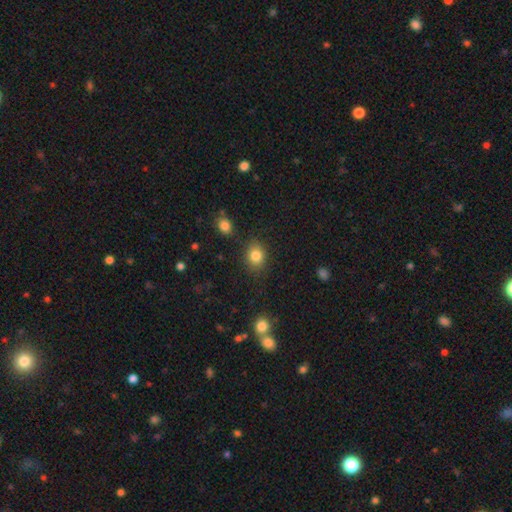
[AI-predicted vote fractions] smooth_or_featured: smooth (p=0.84) [alt: star or artifact p=0.10]
how_rounded: round (p=0.56) [alt: in between p=0.43]
merging: none (p=0.83) [alt: minor disturbance p=0.11]